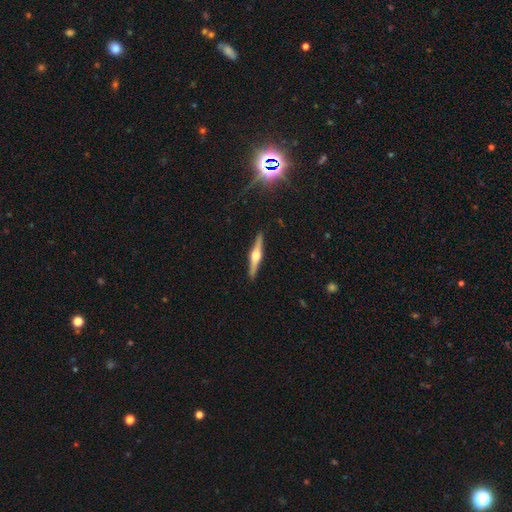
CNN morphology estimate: Q: Smooth or featured?
A: featured or disk (79%); runner-up: smooth (16%)
Q: Edge-on disk?
A: yes (98%); runner-up: no (2%)
Q: Edge-on bulge?
A: rounded (93%); runner-up: boxy (5%)
Q: Merging?
A: none (91%); runner-up: minor disturbance (6%)